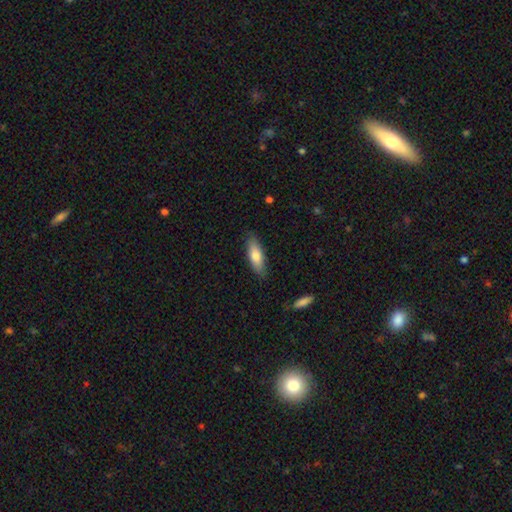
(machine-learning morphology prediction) smooth_or_featured: smooth (p=0.74) [alt: featured or disk p=0.20]
how_rounded: in between (p=0.57) [alt: cigar-shaped p=0.41]
merging: none (p=0.84) [alt: minor disturbance p=0.12]